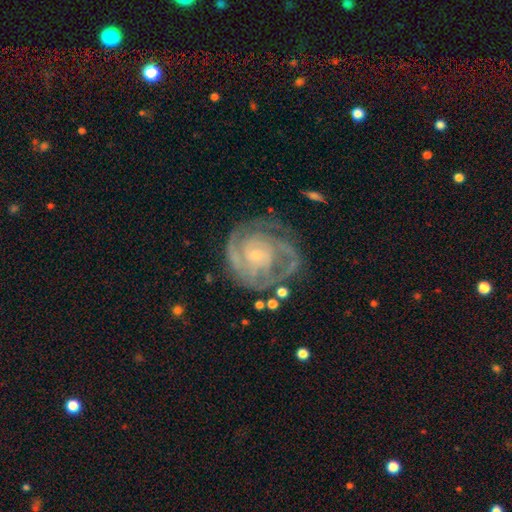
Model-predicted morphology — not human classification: This is clearly a featured or disk galaxy (87%). It is clearly not viewed edge-on (98%). Bar: likely no (72%). Spiral arm pattern: clearly yes (94%). Spiral arm count: marginally 2 (30%). Spiral winding: likely tight (66%). Central bulge: likely small (75%). Merging: likely none (63%).